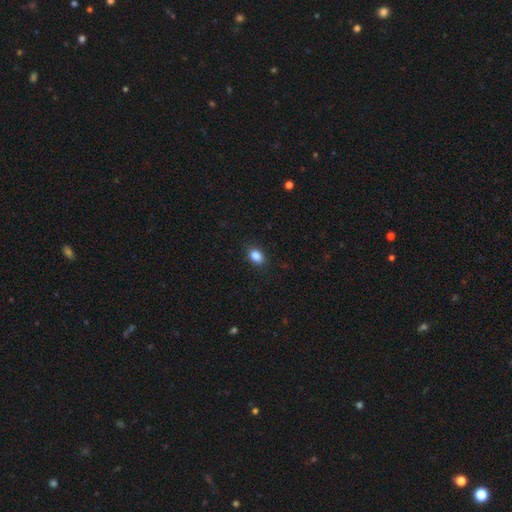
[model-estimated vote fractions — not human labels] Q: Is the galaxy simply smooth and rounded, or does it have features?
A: smooth — 87%.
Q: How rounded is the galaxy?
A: in between — 78%.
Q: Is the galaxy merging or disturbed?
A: none — 85%.